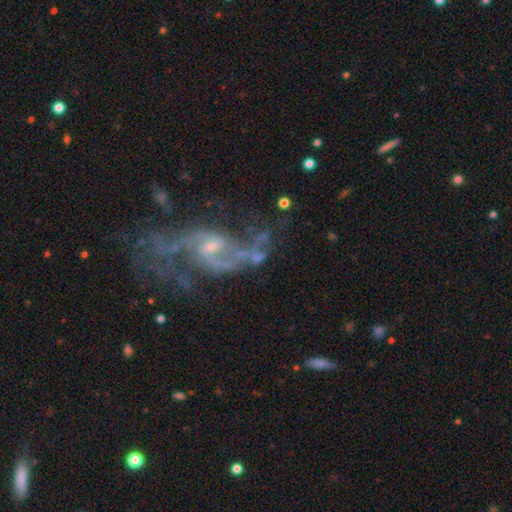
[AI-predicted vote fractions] The model was most divided on "merging": none: 37%, major disturbance: 25%, merger: 20%, minor disturbance: 17%. More confident: edge-on disk — no (97%); spiral arms — yes (90%); smooth or featured — featured or disk (84%); spiral arm count — 2 (77%); bulge size — small (53%); spiral winding — loose (52%); bar — weak (50%).